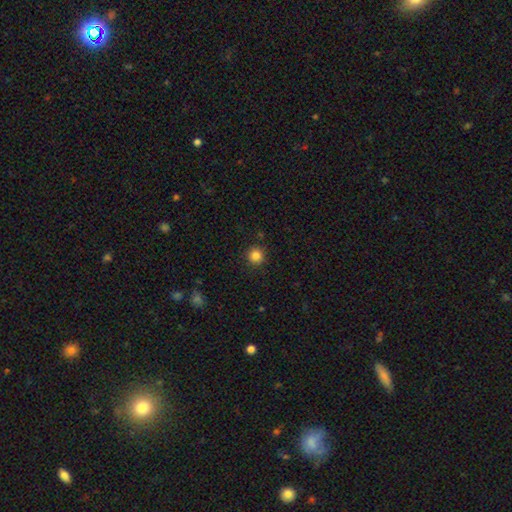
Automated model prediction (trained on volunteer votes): A smooth galaxy with no disk features (85%) that is round (95%). Merging: none (91%).